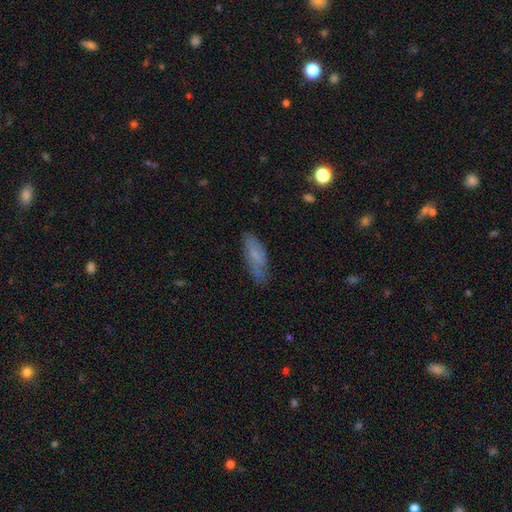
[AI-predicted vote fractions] Q: Smooth or featured?
A: smooth (63%); runner-up: featured or disk (29%)
Q: How rounded?
A: in between (61%); runner-up: cigar-shaped (37%)
Q: Merging?
A: none (68%); runner-up: minor disturbance (23%)